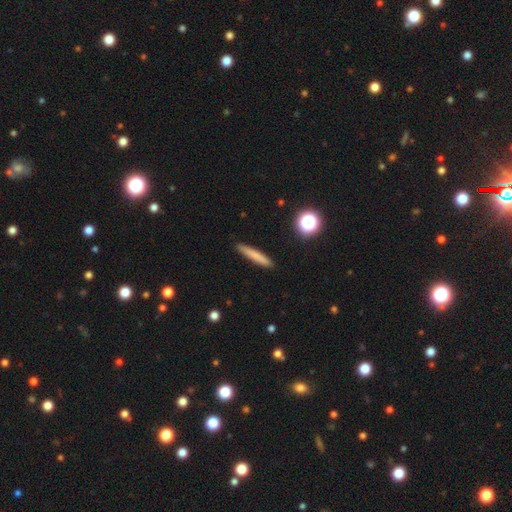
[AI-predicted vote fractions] smooth-or-featured: smooth: 74% | featured or disk: 17% | star or artifact: 8%
  how-rounded: cigar-shaped: 94% | in between: 4% | round: 2%
  merging: none: 90% | minor disturbance: 7% | major disturbance: 2% | merger: 1%